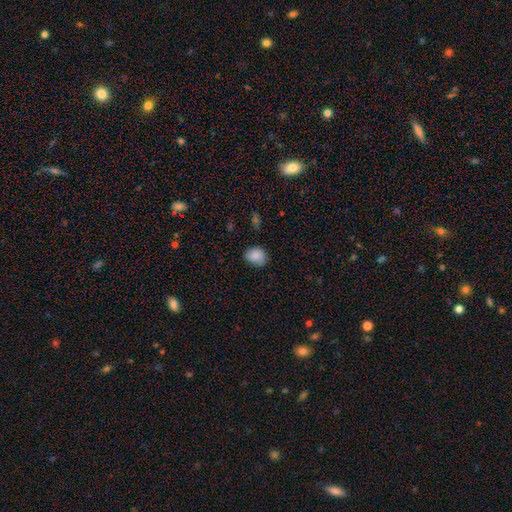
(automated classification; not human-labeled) This is clearly a smooth galaxy (86%). How rounded: possibly in between (51%). Merging: likely none (73%).